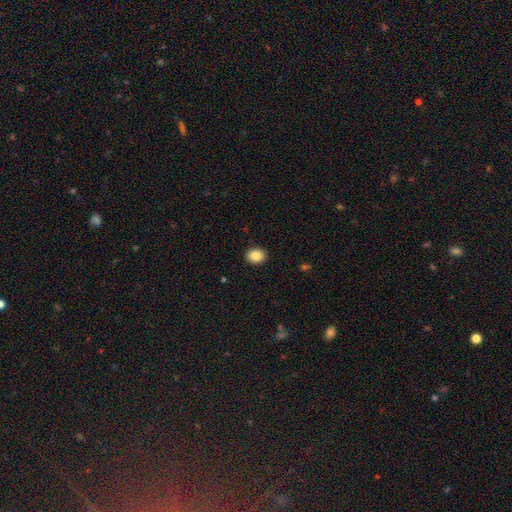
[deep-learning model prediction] Morphology: type=smooth (88%); roundness=round (54%); merging=none (91%).